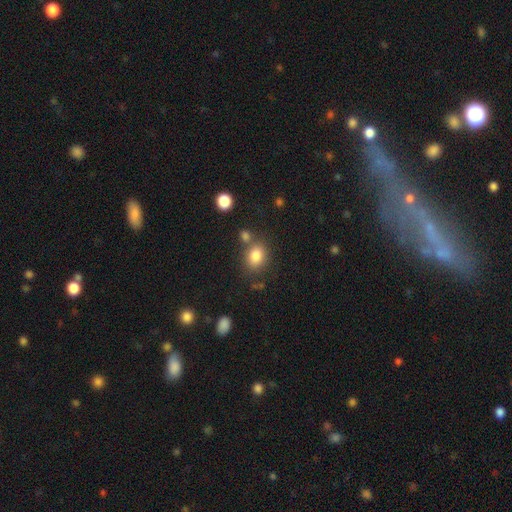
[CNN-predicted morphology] This appears to be a smooth galaxy with no disk features (82%) that is in between round and cigar-shaped (54%). Merging: none (67%).